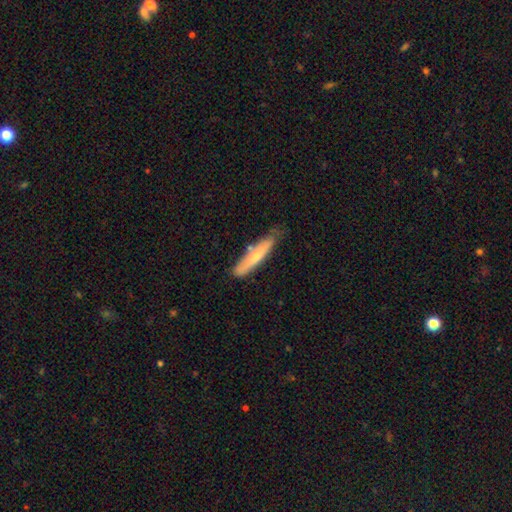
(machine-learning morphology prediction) Smooth or featured? Predicted: smooth (p=0.60). How rounded? Predicted: cigar-shaped (p=0.86). Merging? Predicted: none (p=0.67).